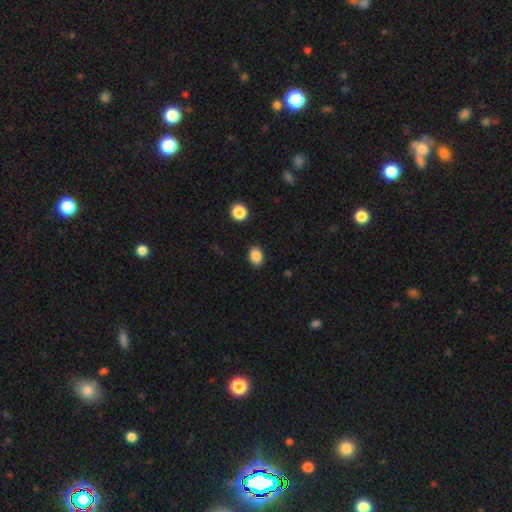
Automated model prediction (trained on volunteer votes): Q: Smooth or featured?
A: smooth (86%); runner-up: star or artifact (10%)
Q: How rounded?
A: in between (62%); runner-up: round (37%)
Q: Merging?
A: none (87%); runner-up: minor disturbance (9%)